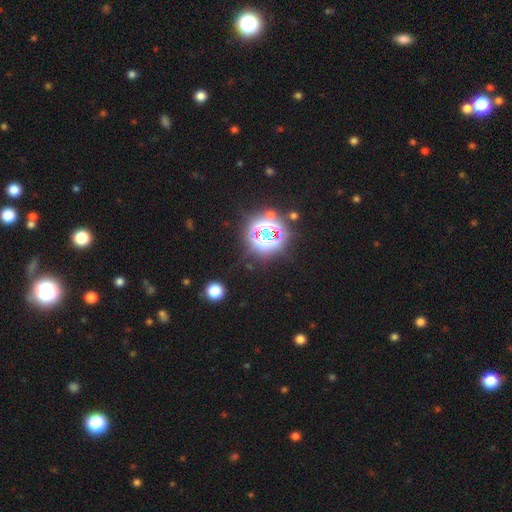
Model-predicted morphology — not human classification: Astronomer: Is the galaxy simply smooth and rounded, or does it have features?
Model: star or artifact — 82%.